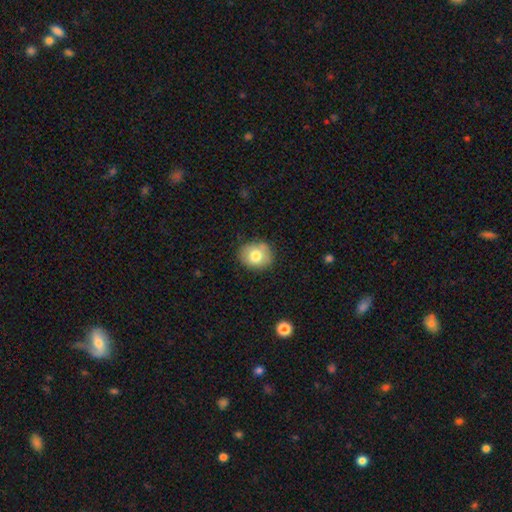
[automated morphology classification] Q: Smooth or featured?
A: smooth (76%); runner-up: featured or disk (15%)
Q: How rounded?
A: round (65%); runner-up: in between (34%)
Q: Merging?
A: none (79%); runner-up: minor disturbance (15%)